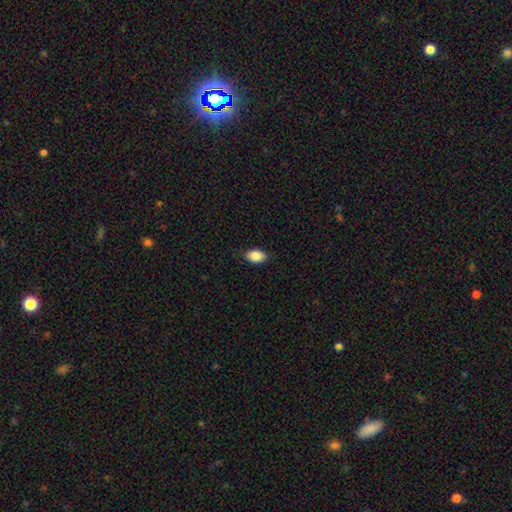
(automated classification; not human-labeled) Overall: smooth (88%). How rounded: in between (89%). Merging: none (85%).